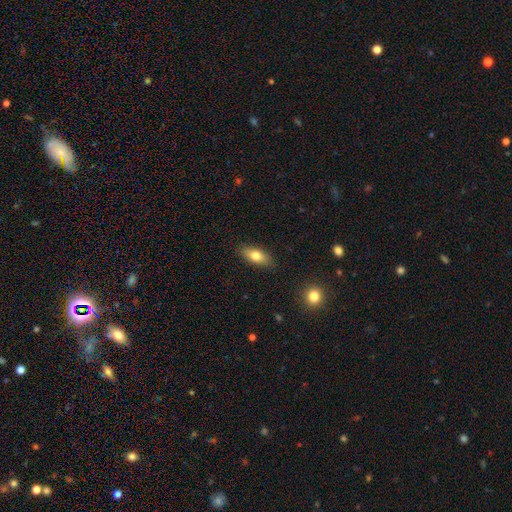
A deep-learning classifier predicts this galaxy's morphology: smooth 74%, featured or disk 19%, star or artifact 7%. Down the decision tree: how rounded — in between (76%); merging — none (87%).